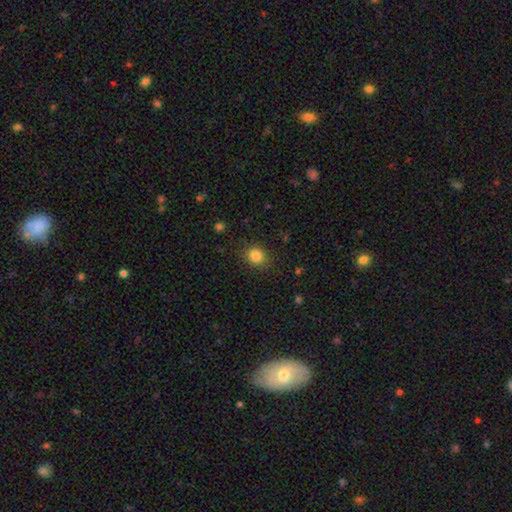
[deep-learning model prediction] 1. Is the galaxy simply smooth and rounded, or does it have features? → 85% smooth, 11% star or artifact, 5% featured or disk.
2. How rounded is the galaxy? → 72% round, 27% in between, 1% cigar-shaped.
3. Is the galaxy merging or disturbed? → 85% none, 10% minor disturbance, 3% major disturbance, 1% merger.